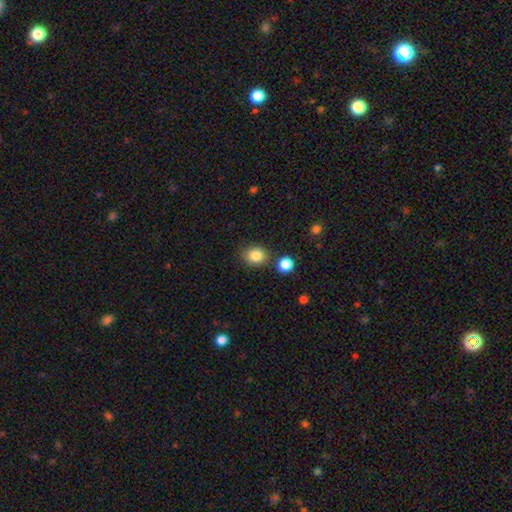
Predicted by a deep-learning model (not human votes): smooth_or_featured: smooth (p=0.85) [alt: star or artifact p=0.10]
how_rounded: round (p=0.56) [alt: in between p=0.43]
merging: none (p=0.79) [alt: minor disturbance p=0.11]